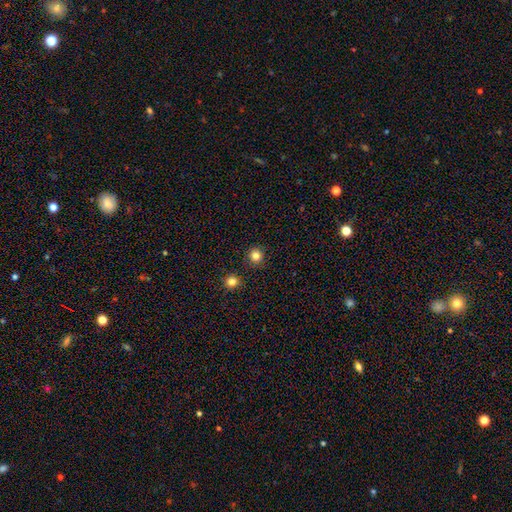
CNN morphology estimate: Smooth or featured: smooth — 82% (star or artifact — 13%)
How rounded: round — 94% (in between — 5%)
Merging: none — 91% (minor disturbance — 5%)